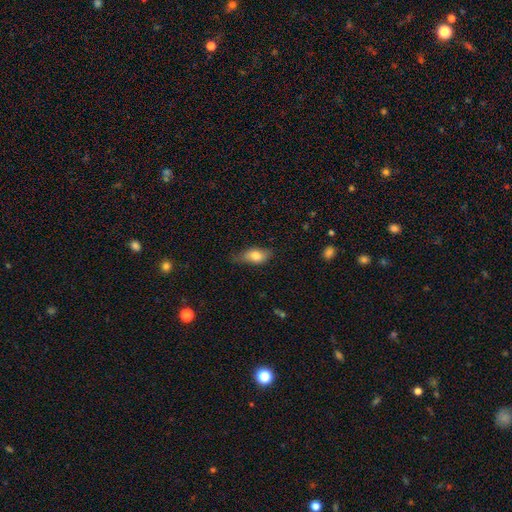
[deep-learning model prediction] Q: Smooth or featured?
A: smooth (76%); runner-up: featured or disk (16%)
Q: How rounded?
A: in between (86%); runner-up: cigar-shaped (8%)
Q: Merging?
A: none (57%); runner-up: minor disturbance (34%)